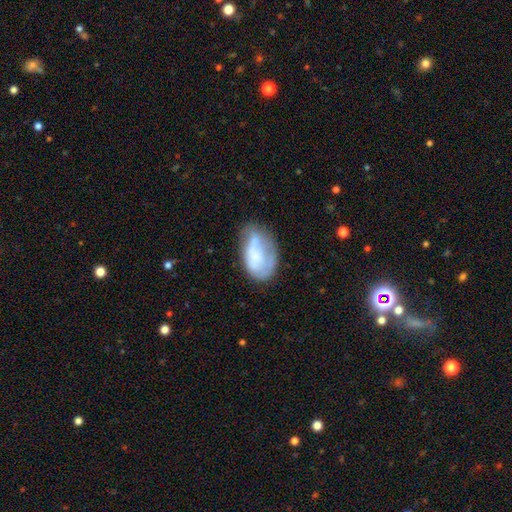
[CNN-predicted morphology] A smooth galaxy with no disk features (52%) that is in between round and cigar-shaped (91%). Merging: none (40%).